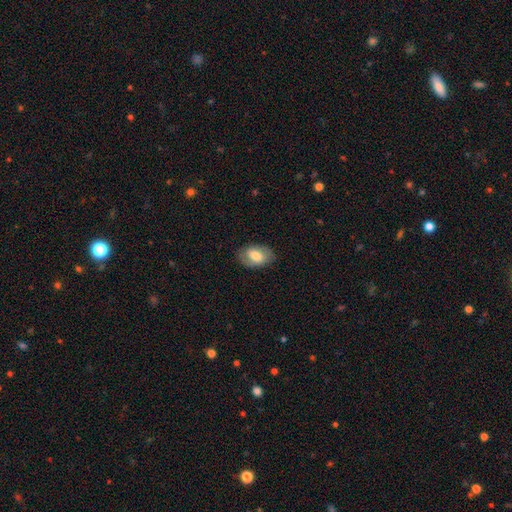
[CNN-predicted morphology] A smooth galaxy with no disk features (61%) that is in between round and cigar-shaped (88%).

Vote fractions:
- Smooth or featured? smooth: 61% / featured or disk: 32% / star or artifact: 7%
- How rounded? in between: 88% / round: 10% / cigar-shaped: 1%
- Merging? none: 81% / minor disturbance: 14% / major disturbance: 5% / merger: 1%